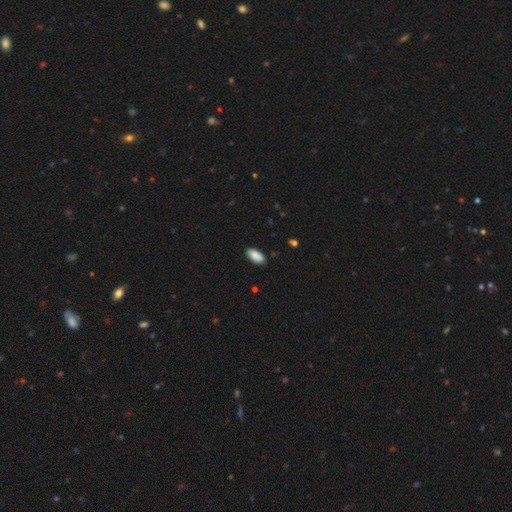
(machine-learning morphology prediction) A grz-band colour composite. It shows a smooth galaxy with no disk features (88%) that is in between round and cigar-shaped (91%). Merging: none (86%).